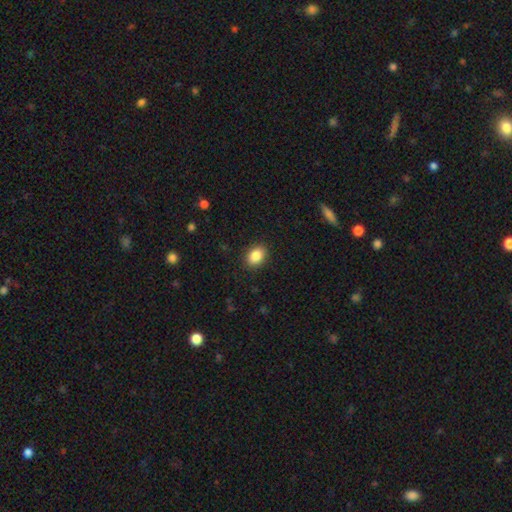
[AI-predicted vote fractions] This is clearly a smooth galaxy (87%). How rounded: likely in between (69%). Merging: clearly none (89%).